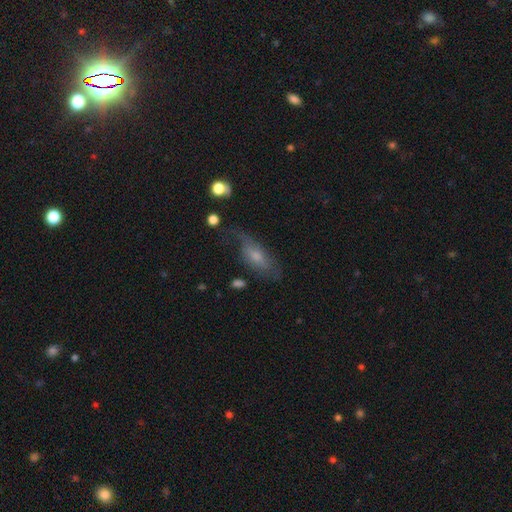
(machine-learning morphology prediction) Overall: featured or disk (49%; smooth 39%). Merging: none (51%; minor disturbance 27%).